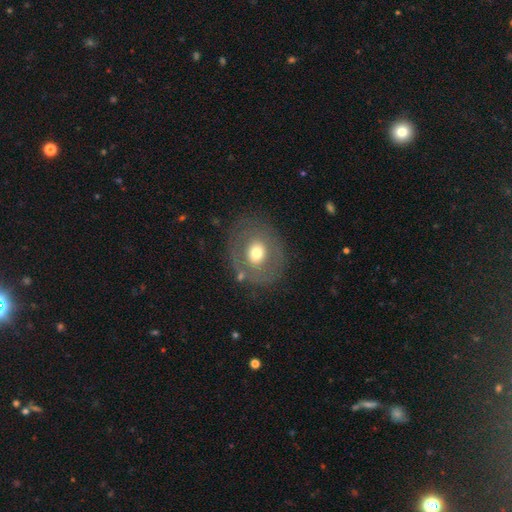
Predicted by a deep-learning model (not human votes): Overall: smooth (49%; featured or disk 42%). Merging: none (78%).